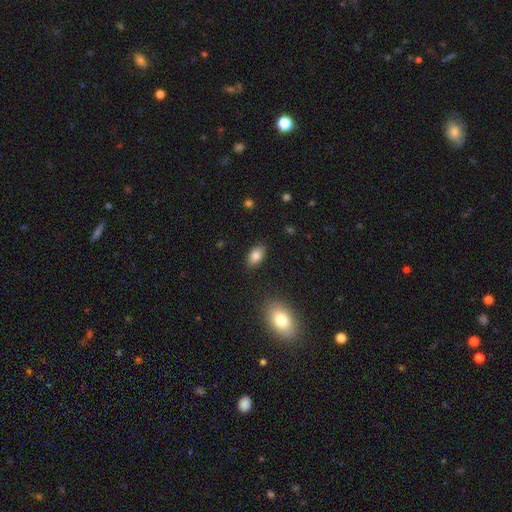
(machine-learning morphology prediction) Q: Smooth or featured?
A: smooth (84%); runner-up: featured or disk (8%)
Q: How rounded?
A: in between (92%); runner-up: round (6%)
Q: Merging?
A: none (87%); runner-up: minor disturbance (9%)